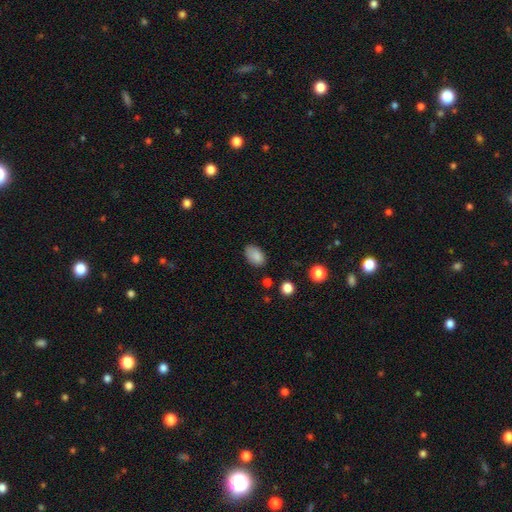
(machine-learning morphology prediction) smooth-or-featured: smooth: 86% | star or artifact: 9% | featured or disk: 5%
  how-rounded: in between: 90% | round: 8% | cigar-shaped: 1%
  merging: none: 75% | minor disturbance: 18% | major disturbance: 4% | merger: 2%